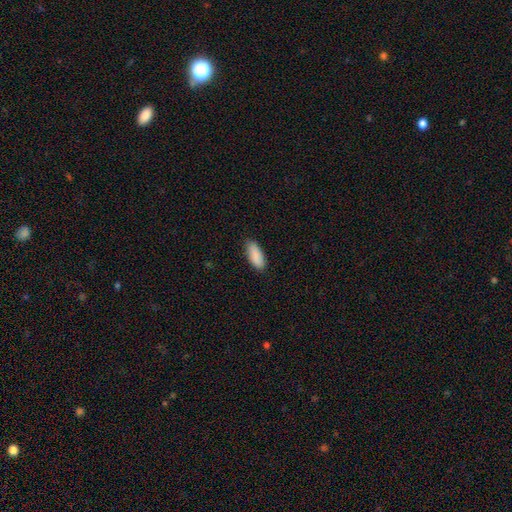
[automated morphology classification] smooth_or_featured: smooth (p=0.90) [alt: star or artifact p=0.06]
how_rounded: in between (p=0.81) [alt: cigar-shaped p=0.17]
merging: none (p=0.84) [alt: minor disturbance p=0.13]